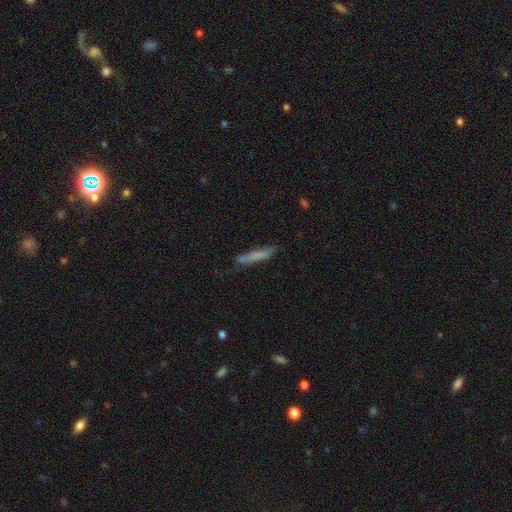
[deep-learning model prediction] Smooth or featured? Predicted: smooth (p=0.69). How rounded? Predicted: cigar-shaped (p=0.93). Merging? Predicted: none (p=0.69).